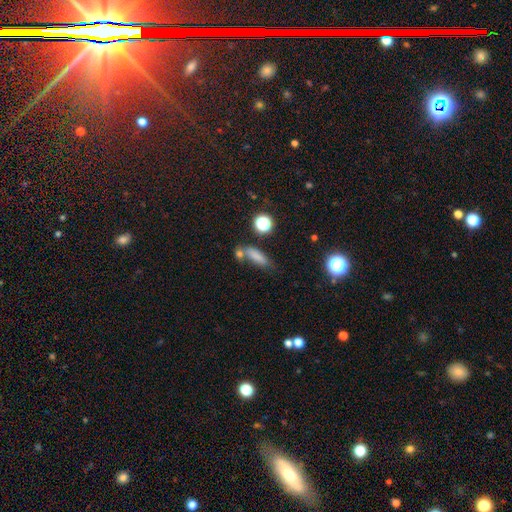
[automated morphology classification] Smooth or featured: smooth — 76% (star or artifact — 14%)
How rounded: in between — 50% (cigar-shaped — 43%)
Merging: none — 55% (merger — 23%)